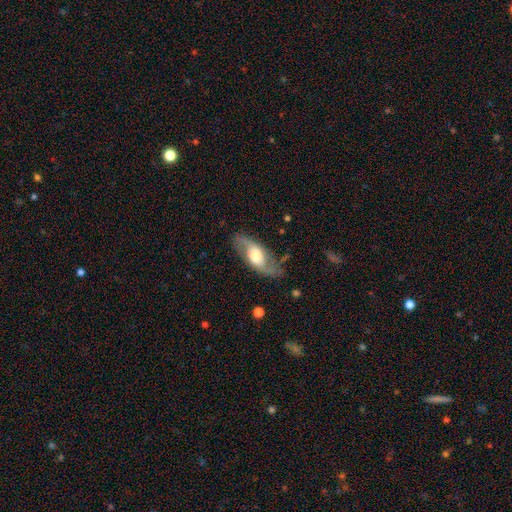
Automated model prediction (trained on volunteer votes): Q: Smooth or featured?
A: featured or disk (70%); runner-up: smooth (24%)
Q: Edge-on disk?
A: no (85%); runner-up: yes (15%)
Q: Bar?
A: no (47%); runner-up: weak (40%)
Q: Spiral arms?
A: yes (85%); runner-up: no (15%)
Q: Spiral winding?
A: loose (53%); runner-up: medium (36%)
Q: Spiral arm count?
A: 2 (89%); runner-up: can't tell (6%)
Q: Bulge size?
A: moderate (49%); runner-up: large (37%)
Q: Merging?
A: none (74%); runner-up: minor disturbance (17%)